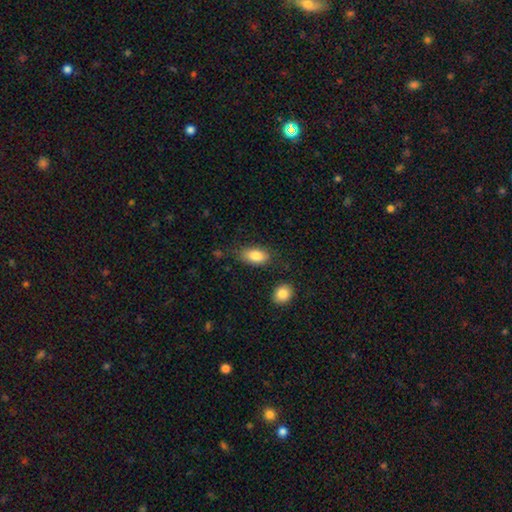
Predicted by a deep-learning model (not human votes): Morphology: type=smooth (85%); roundness=in between (90%); merging=none (73%).